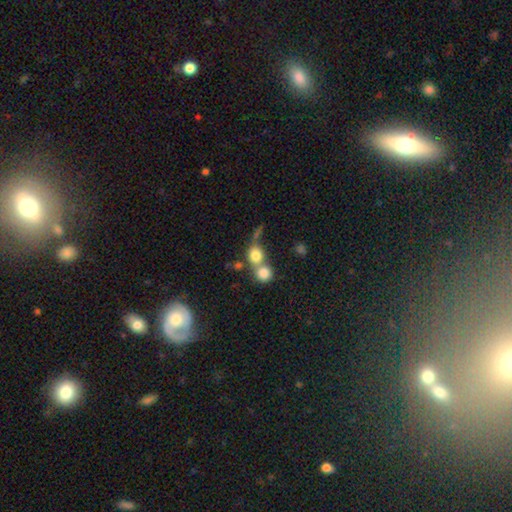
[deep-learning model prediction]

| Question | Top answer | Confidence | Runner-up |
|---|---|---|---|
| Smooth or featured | smooth | 79% | featured or disk (11%) |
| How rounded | round | 78% | in between (21%) |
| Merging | merger | 55% | none (33%) |